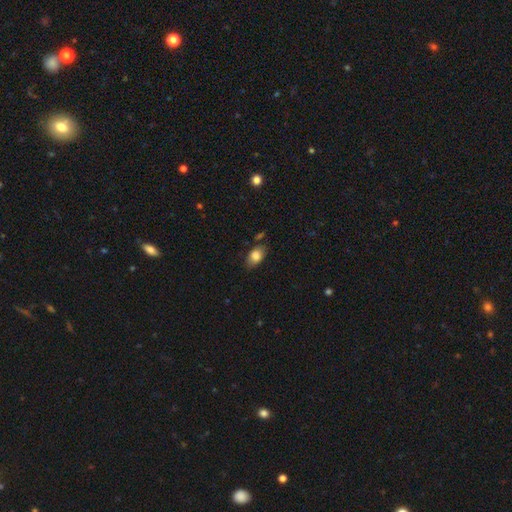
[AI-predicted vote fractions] Smooth or featured? smooth (82%)
How rounded? in between (86%)
Merging? none (74%)